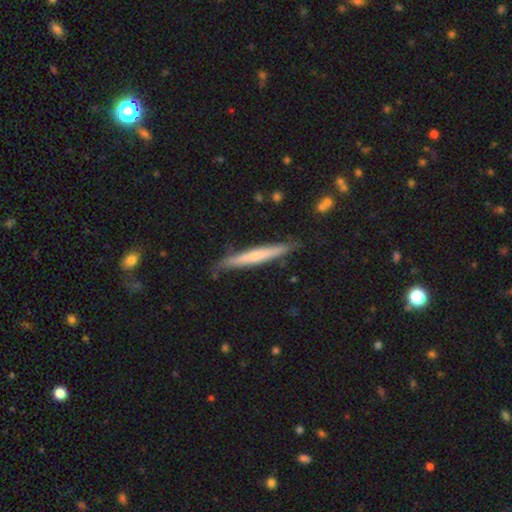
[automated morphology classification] Smooth or featured: smooth — 50% (featured or disk — 44%)
How rounded: cigar-shaped — 96% (in between — 3%)
Merging: none — 84% (minor disturbance — 12%)